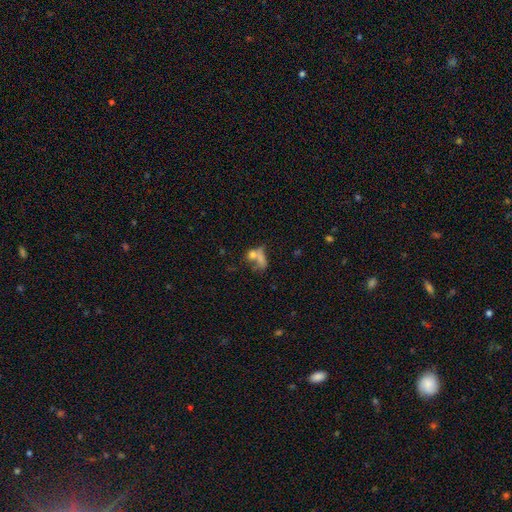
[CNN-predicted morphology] The model was most divided on "merging": merger: 47%, none: 28%, major disturbance: 15%, minor disturbance: 11%. More confident: smooth or featured — smooth (63%); how rounded — in between (55%).